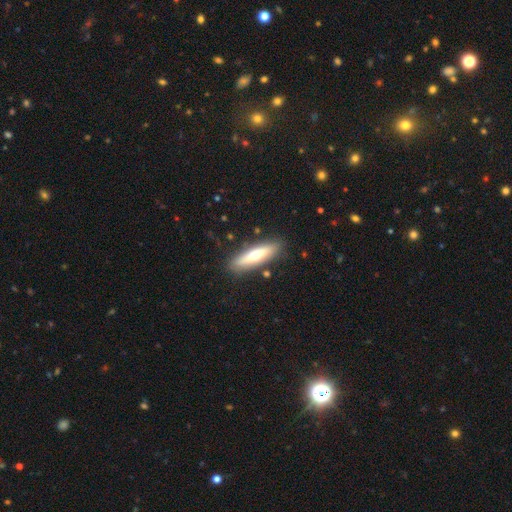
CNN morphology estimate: smooth-or-featured: smooth: 49% | featured or disk: 45% | star or artifact: 6%
  merging: none: 85% | minor disturbance: 10% | major disturbance: 3% | merger: 2%